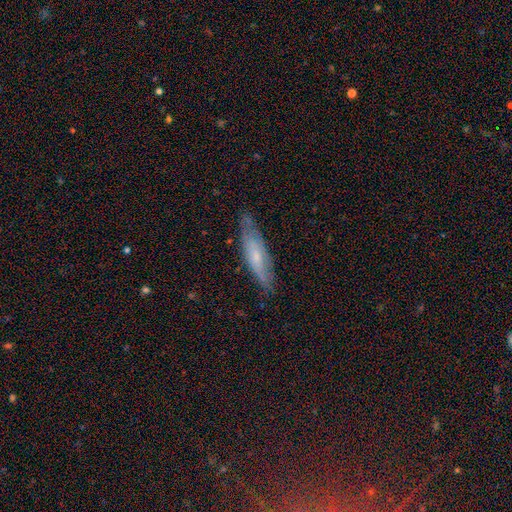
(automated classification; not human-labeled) Smooth or featured: featured or disk — 49% (smooth — 44%)
Merging: none — 75% (minor disturbance — 19%)